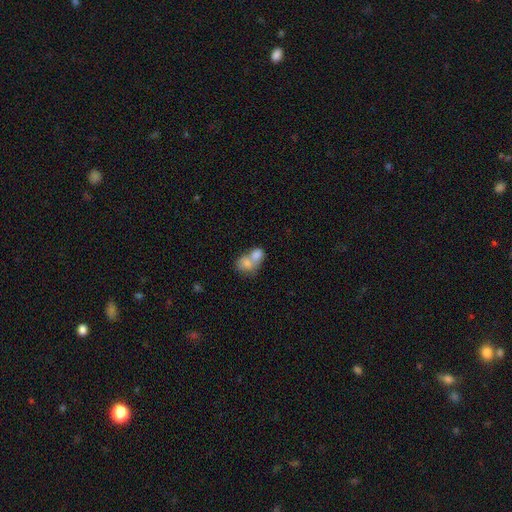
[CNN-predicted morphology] This is likely a smooth galaxy (75%). How rounded: likely in between (62%). Merging: likely merger (76%).